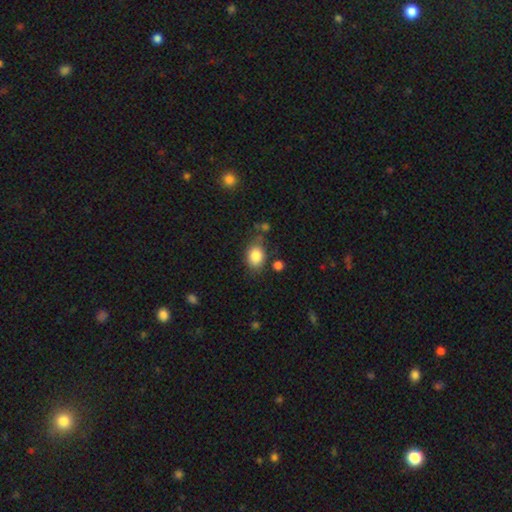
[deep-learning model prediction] smooth-or-featured: smooth: 84% | star or artifact: 8% | featured or disk: 7%
  how-rounded: in between: 68% | round: 31% | cigar-shaped: 1%
  merging: none: 67% | minor disturbance: 21% | major disturbance: 6% | merger: 6%